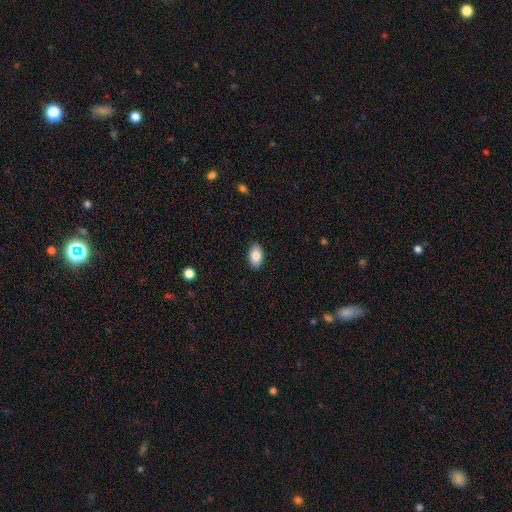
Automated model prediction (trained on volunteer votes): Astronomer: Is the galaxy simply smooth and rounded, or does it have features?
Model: smooth — 86%.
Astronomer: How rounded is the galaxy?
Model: in between — 93%.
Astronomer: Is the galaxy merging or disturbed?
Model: none — 89%.